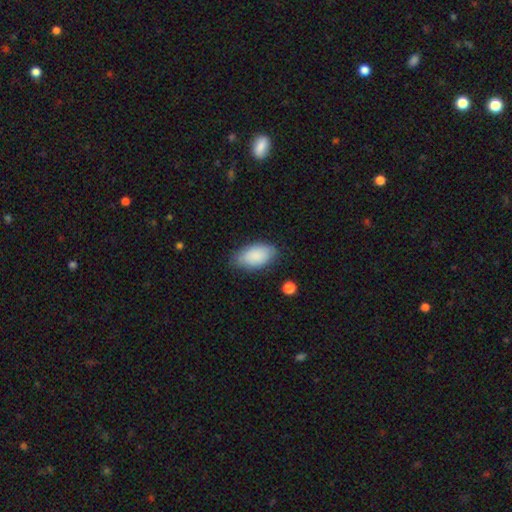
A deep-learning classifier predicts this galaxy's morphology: Smooth or featured: smooth — 87% (featured or disk — 7%)
How rounded: in between — 94% (round — 3%)
Merging: none — 77% (minor disturbance — 18%)